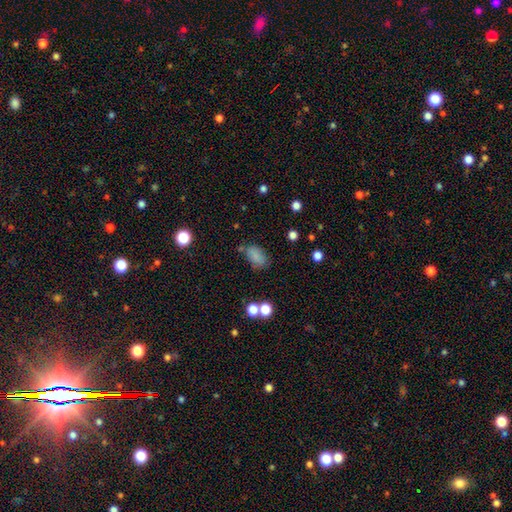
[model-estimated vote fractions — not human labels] This is likely a smooth galaxy (80%). How rounded: clearly in between (89%). Merging: likely none (63%).